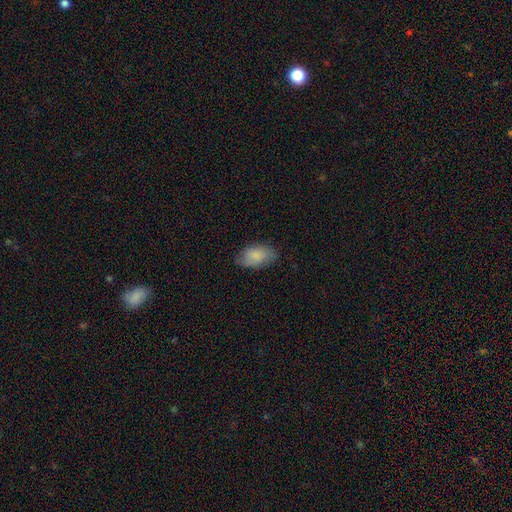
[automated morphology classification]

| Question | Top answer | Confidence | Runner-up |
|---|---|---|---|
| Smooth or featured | smooth | 82% | featured or disk (12%) |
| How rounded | in between | 93% | round (5%) |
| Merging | none | 74% | minor disturbance (21%) |